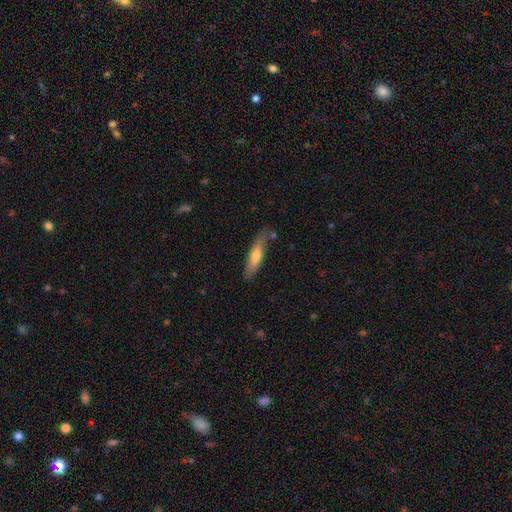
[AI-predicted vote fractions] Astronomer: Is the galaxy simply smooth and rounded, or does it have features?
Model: smooth — 63%.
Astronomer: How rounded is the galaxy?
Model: cigar-shaped — 78%.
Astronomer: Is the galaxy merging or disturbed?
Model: none — 77%.